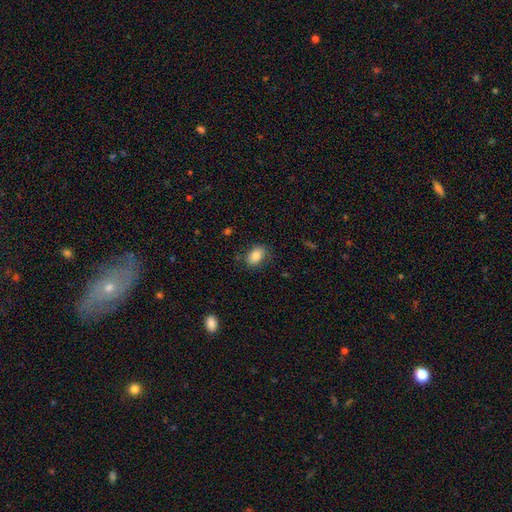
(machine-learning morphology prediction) smooth-or-featured: smooth: 82% | featured or disk: 10% | star or artifact: 8%
  how-rounded: in between: 83% | round: 16% | cigar-shaped: 1%
  merging: none: 75% | minor disturbance: 18% | major disturbance: 5% | merger: 2%